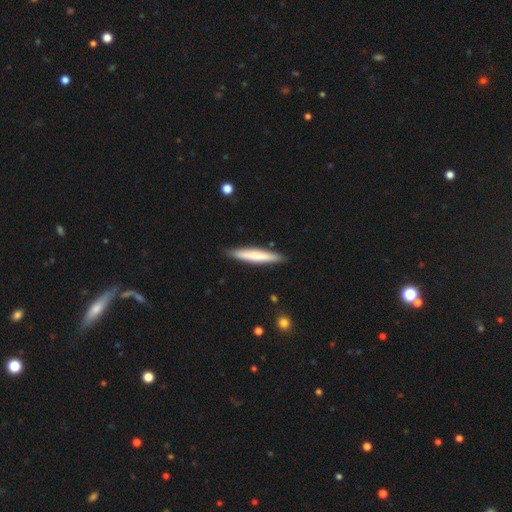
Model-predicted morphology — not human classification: type=smooth (70%); roundness=cigar-shaped (92%); merging=none (89%).